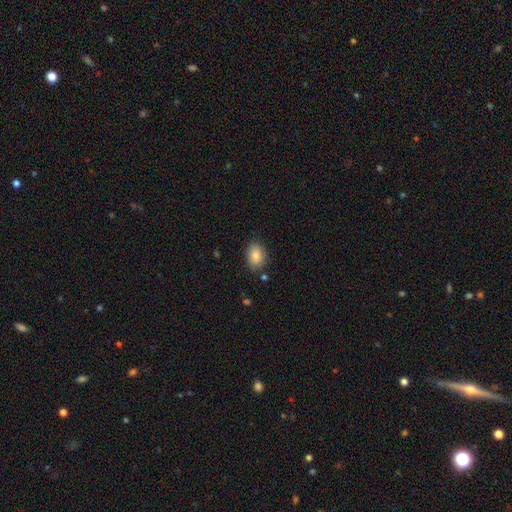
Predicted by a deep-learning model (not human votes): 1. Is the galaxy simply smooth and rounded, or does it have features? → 85% smooth, 8% star or artifact, 7% featured or disk.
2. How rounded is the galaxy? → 81% in between, 18% round, 1% cigar-shaped.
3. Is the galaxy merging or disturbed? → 82% none, 13% minor disturbance, 3% major disturbance, 2% merger.